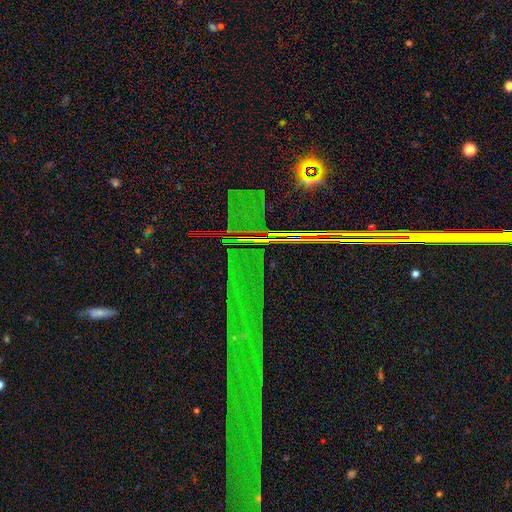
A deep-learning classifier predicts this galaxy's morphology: This is clearly a star or artifact rather than a galaxy (80%).